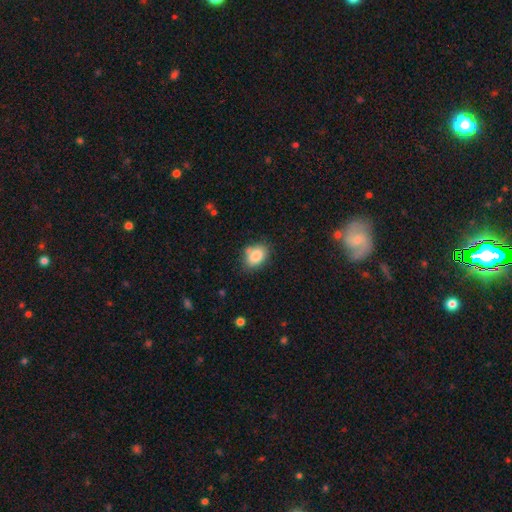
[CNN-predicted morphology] Q: Smooth or featured?
A: smooth (85%); runner-up: star or artifact (8%)
Q: How rounded?
A: in between (80%); runner-up: round (18%)
Q: Merging?
A: none (73%); runner-up: minor disturbance (18%)